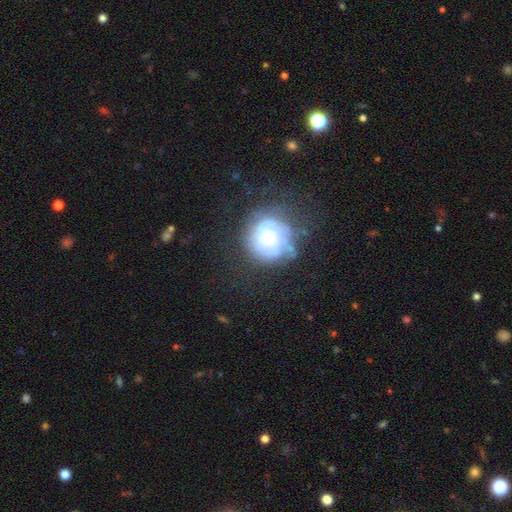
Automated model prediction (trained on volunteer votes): Morphology: type=featured or disk (50%); merging=none (68%).